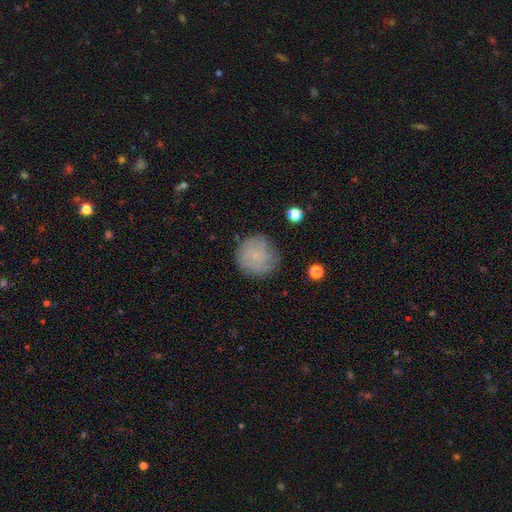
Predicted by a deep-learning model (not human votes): Smooth or featured?
  - smooth: 62% *
  - featured or disk: 29%
  - star or artifact: 9%
How rounded?
  - round: 91% *
  - in between: 8%
  - cigar-shaped: 1%
Merging?
  - none: 76% *
  - minor disturbance: 17%
  - major disturbance: 6%
  - merger: 1%